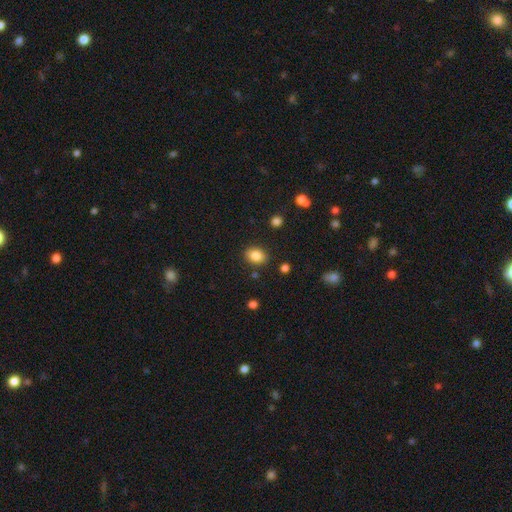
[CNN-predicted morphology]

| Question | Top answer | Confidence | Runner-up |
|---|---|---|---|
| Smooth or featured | smooth | 85% | star or artifact (9%) |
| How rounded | in between | 68% | round (31%) |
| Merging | none | 85% | minor disturbance (10%) |